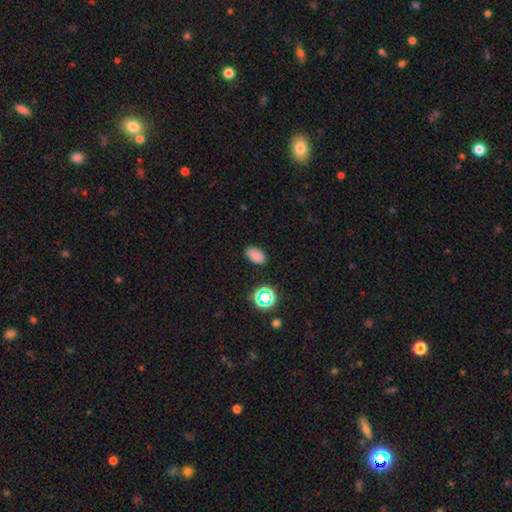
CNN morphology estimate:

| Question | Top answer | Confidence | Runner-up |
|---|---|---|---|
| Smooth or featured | smooth | 78% | star or artifact (16%) |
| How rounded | in between | 90% | round (8%) |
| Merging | none | 86% | minor disturbance (10%) |